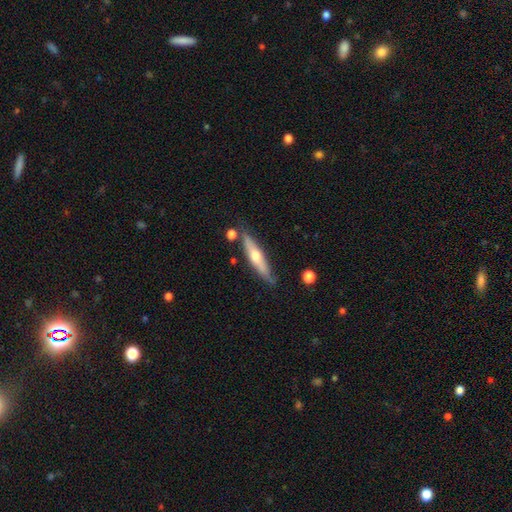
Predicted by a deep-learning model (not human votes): The model was most divided on "smooth or featured": featured or disk: 51%, smooth: 44%, star or artifact: 6%. More confident: edge-on disk — yes (86%); merging — none (75%).